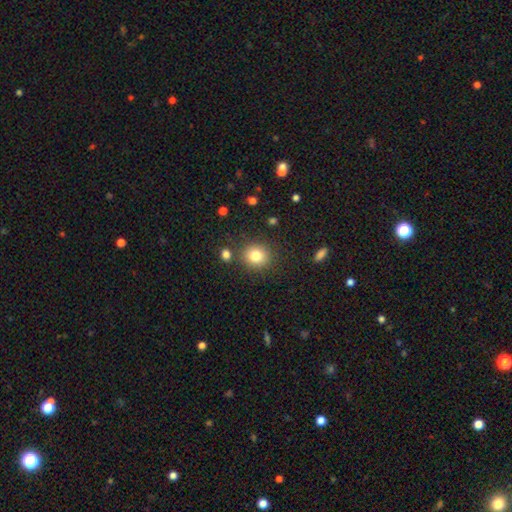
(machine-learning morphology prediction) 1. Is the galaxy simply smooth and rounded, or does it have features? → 82% smooth, 11% star or artifact, 7% featured or disk.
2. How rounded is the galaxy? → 84% round, 15% in between, 1% cigar-shaped.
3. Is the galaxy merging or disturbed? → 83% none, 9% minor disturbance, 5% merger, 3% major disturbance.